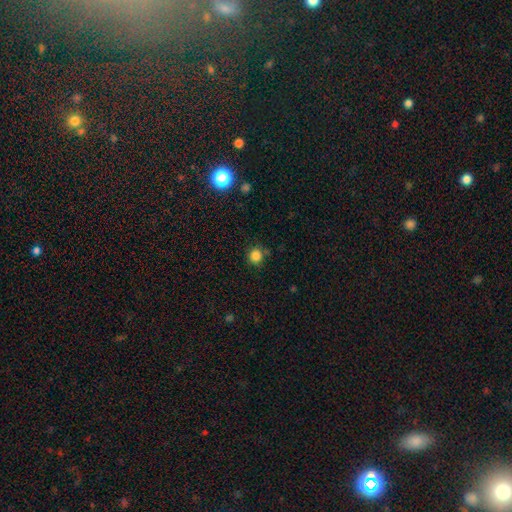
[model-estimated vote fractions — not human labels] Smooth or featured: smooth — 83% (star or artifact — 13%)
How rounded: round — 93% (in between — 6%)
Merging: none — 82% (minor disturbance — 11%)